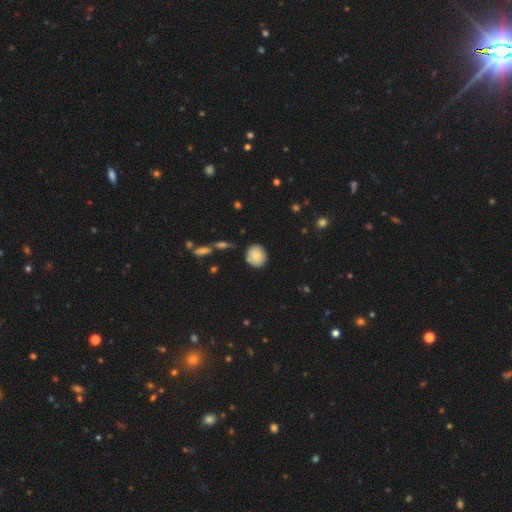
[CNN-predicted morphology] type=smooth (81%); roundness=round (79%); merging=none (78%).